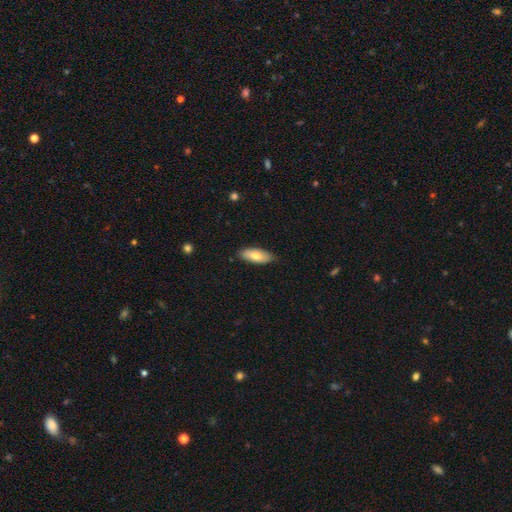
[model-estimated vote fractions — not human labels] Smooth or featured?
  - smooth: 73% *
  - featured or disk: 21%
  - star or artifact: 6%
How rounded?
  - in between: 82% *
  - cigar-shaped: 16%
  - round: 2%
Merging?
  - none: 83% *
  - minor disturbance: 14%
  - major disturbance: 2%
  - merger: 1%